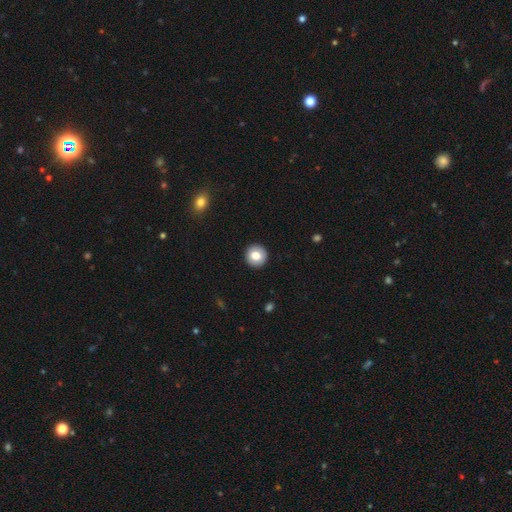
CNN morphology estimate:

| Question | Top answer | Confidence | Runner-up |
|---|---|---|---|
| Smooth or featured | smooth | 79% | featured or disk (13%) |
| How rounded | round | 95% | in between (4%) |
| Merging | none | 93% | minor disturbance (4%) |